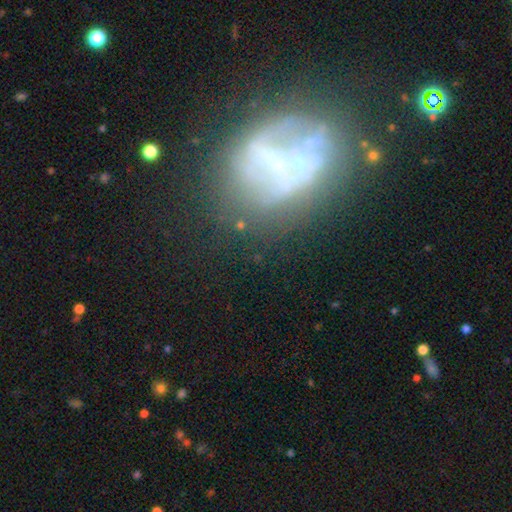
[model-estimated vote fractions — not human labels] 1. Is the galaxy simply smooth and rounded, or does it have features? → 62% featured or disk, 20% smooth, 19% star or artifact.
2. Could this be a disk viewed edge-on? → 93% no, 7% yes.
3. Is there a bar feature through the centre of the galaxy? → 62% no, 20% strong, 19% weak.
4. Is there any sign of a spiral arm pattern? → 75% no, 25% yes.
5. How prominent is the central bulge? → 68% none, 19% small, 8% moderate, 3% large, 2% dominant.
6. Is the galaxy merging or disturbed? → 51% none, 24% major disturbance, 19% minor disturbance, 7% merger.